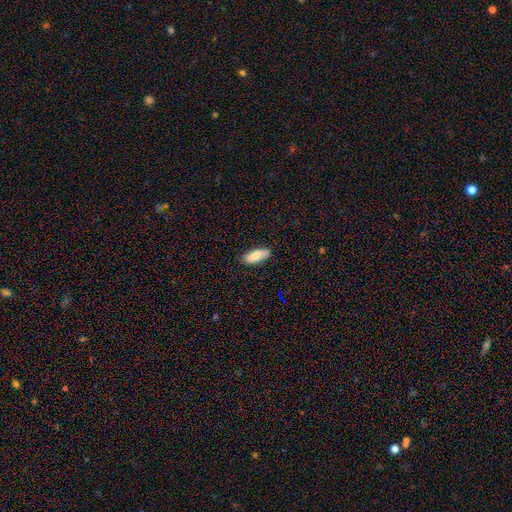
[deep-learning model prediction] This is clearly a smooth galaxy (82%). How rounded: likely in between (77%). Merging: clearly none (84%).